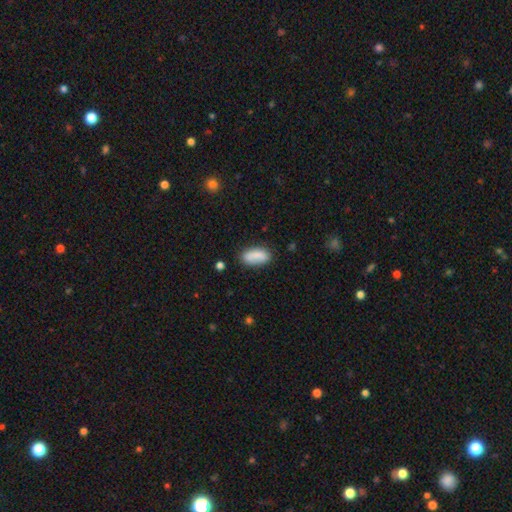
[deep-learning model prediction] A smooth galaxy with no disk features (84%) that is in between round and cigar-shaped (87%).

Vote fractions:
- Smooth or featured? smooth: 84% / featured or disk: 9% / star or artifact: 7%
- How rounded? in between: 87% / cigar-shaped: 10% / round: 3%
- Merging? none: 74% / minor disturbance: 18% / major disturbance: 4% / merger: 4%